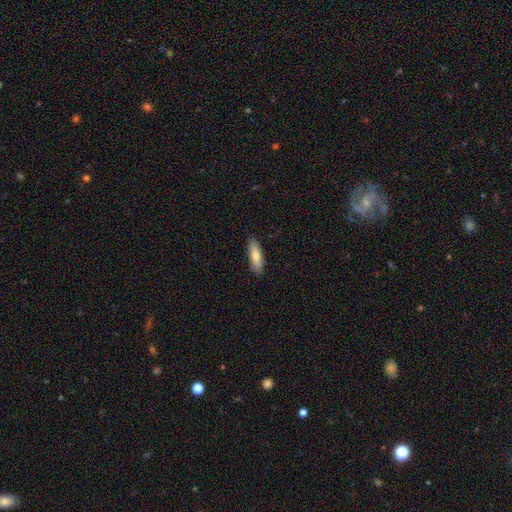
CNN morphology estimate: This appears to be a smooth galaxy with no disk features (72%) that is cigar-shaped (53%). Merging: none (89%).